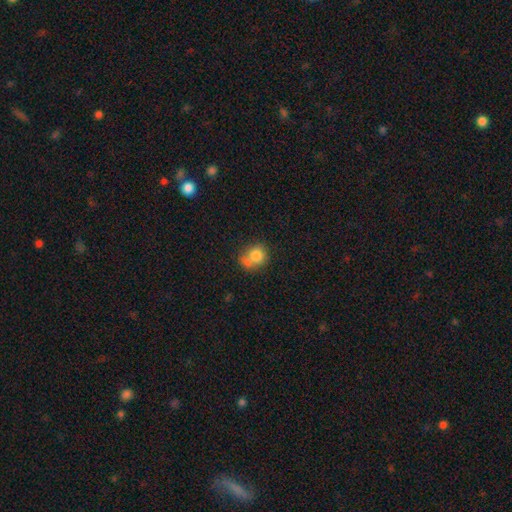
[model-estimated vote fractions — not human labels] A smooth galaxy with no disk features (78%) that is round (72%).

Vote fractions:
- Smooth or featured? smooth: 78% / featured or disk: 12% / star or artifact: 9%
- How rounded? round: 72% / in between: 27% / cigar-shaped: 1%
- Merging? merger: 39% (tied) / none: 39% (tied) / minor disturbance: 16% / major disturbance: 6%